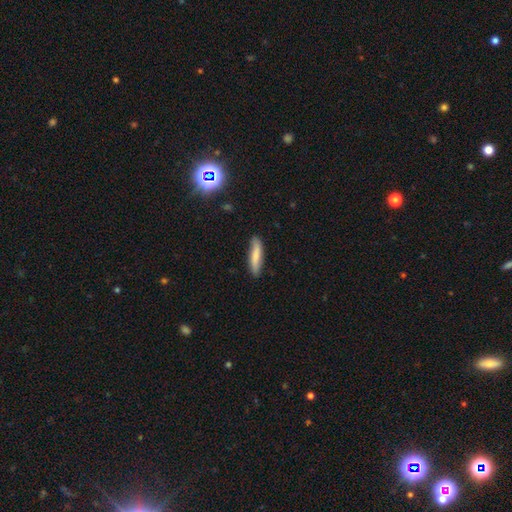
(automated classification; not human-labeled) Smooth or featured? Predicted: smooth (p=0.74). How rounded? Predicted: cigar-shaped (p=0.79). Merging? Predicted: none (p=0.81).